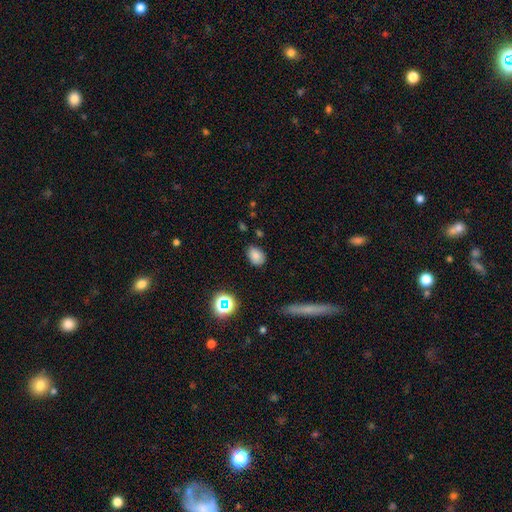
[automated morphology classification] Smooth or featured?
  - smooth: 80% *
  - star or artifact: 13%
  - featured or disk: 7%
How rounded?
  - in between: 71% *
  - round: 27%
  - cigar-shaped: 1%
Merging?
  - none: 79% *
  - minor disturbance: 15%
  - major disturbance: 4%
  - merger: 2%